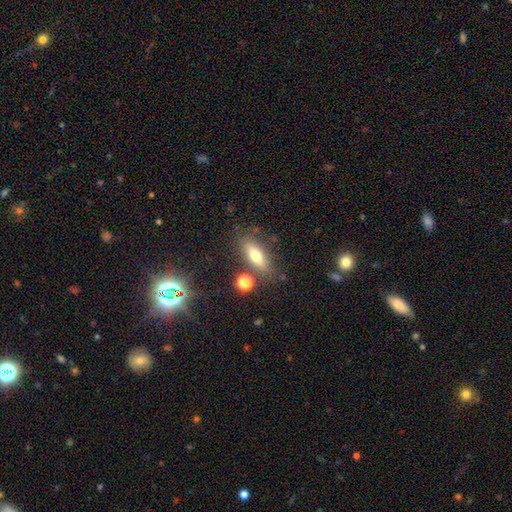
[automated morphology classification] type=smooth (67%); roundness=in between (64%); merging=none (76%).